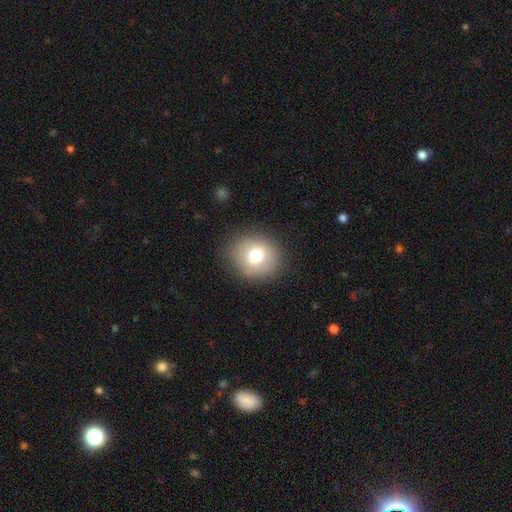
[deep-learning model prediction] smooth_or_featured: smooth (p=0.75) [alt: featured or disk p=0.15]
how_rounded: round (p=0.77) [alt: in between p=0.22]
merging: none (p=0.85) [alt: minor disturbance p=0.10]